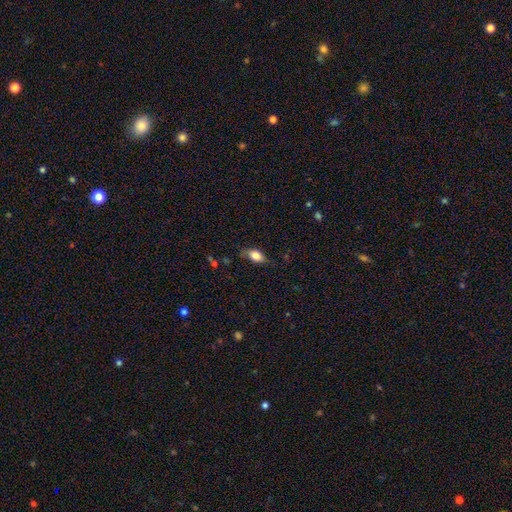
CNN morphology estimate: Q: Smooth or featured?
A: smooth (80%); runner-up: featured or disk (11%)
Q: How rounded?
A: in between (84%); runner-up: round (10%)
Q: Merging?
A: none (69%); runner-up: minor disturbance (23%)